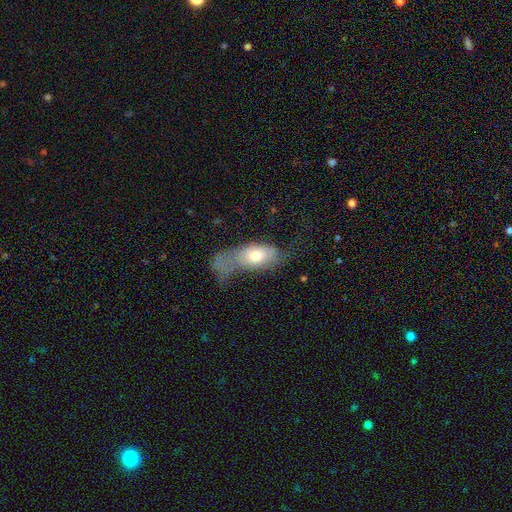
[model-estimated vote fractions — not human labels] A smooth galaxy with no disk features (65%) that is in between round and cigar-shaped (86%). Merging: major disturbance (49%).